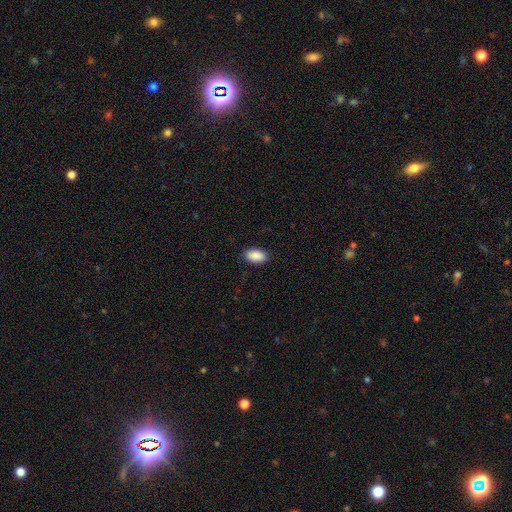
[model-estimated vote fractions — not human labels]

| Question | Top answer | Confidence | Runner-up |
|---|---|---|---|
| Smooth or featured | smooth | 90% | star or artifact (7%) |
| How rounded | in between | 94% | round (5%) |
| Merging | none | 88% | minor disturbance (9%) |